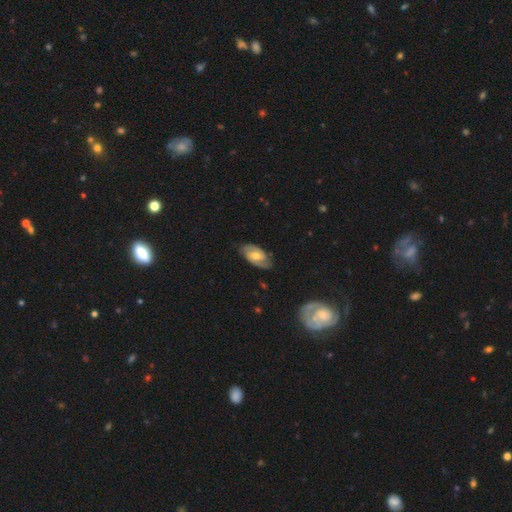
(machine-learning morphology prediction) type=featured or disk (74%); edge-on=no (94%); bar=no (44%); spiral arms=yes (90%); winding=tight (44%); arm count=2 (86%); bulge=moderate (72%); merging=none (79%).